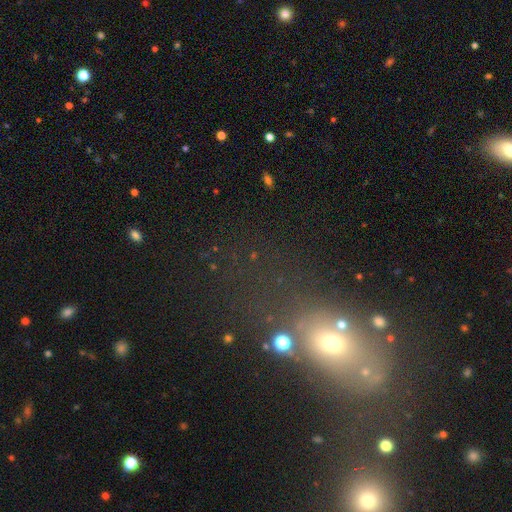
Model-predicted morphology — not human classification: Smooth or featured: smooth — 42% (star or artifact — 38%)
Merging: none — 47% (merger — 19%)